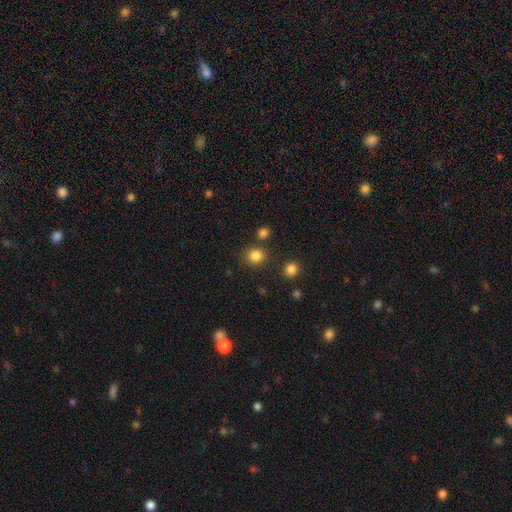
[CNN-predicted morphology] Smooth or featured? smooth (84%)
How rounded? round (84%)
Merging? none (82%)